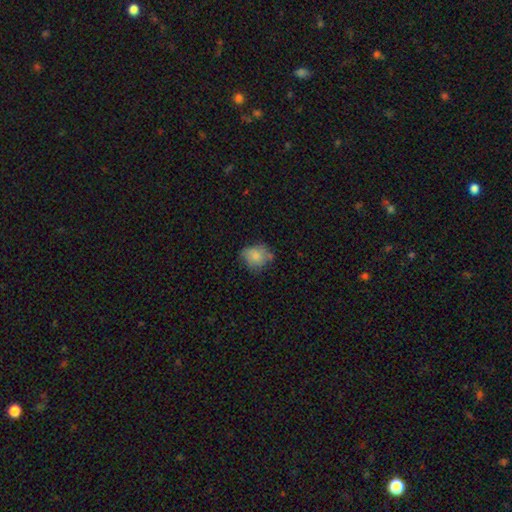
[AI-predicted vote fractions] Smooth or featured: smooth — 76% (featured or disk — 15%)
How rounded: round — 63% (in between — 36%)
Merging: none — 54% (minor disturbance — 31%)